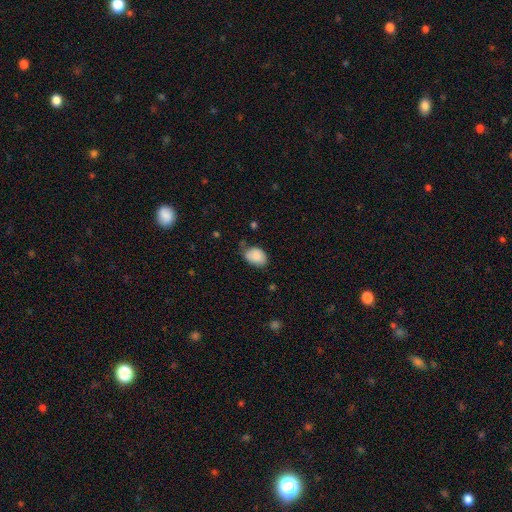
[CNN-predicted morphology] A smooth galaxy with no disk features (86%) that is in between round and cigar-shaped (79%).

Vote fractions:
- Smooth or featured? smooth: 86% / star or artifact: 7% / featured or disk: 6%
- How rounded? in between: 79% / round: 20% / cigar-shaped: 1%
- Merging? none: 62% / minor disturbance: 30% / major disturbance: 6% / merger: 3%